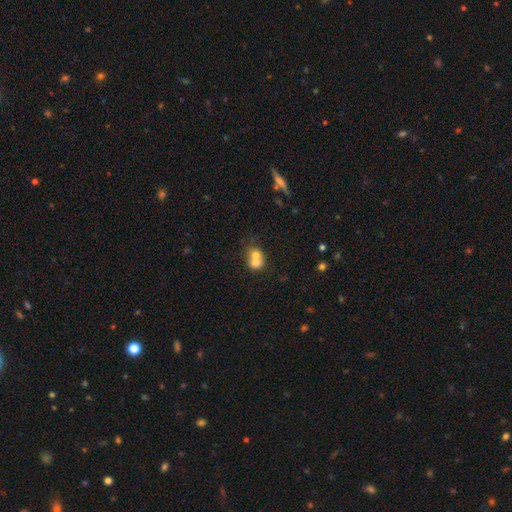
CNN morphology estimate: Q: Smooth or featured?
A: smooth (69%); runner-up: featured or disk (21%)
Q: How rounded?
A: round (64%); runner-up: in between (35%)
Q: Merging?
A: merger (69%); runner-up: none (22%)